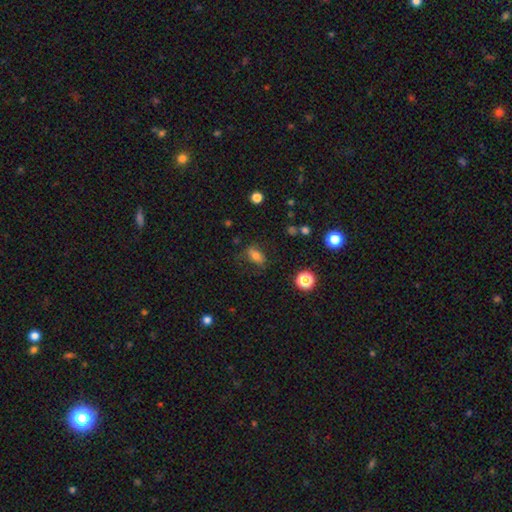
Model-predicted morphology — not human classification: This appears to be a smooth galaxy with no disk features (72%) that is in between round and cigar-shaped (81%). Merging: none (73%).